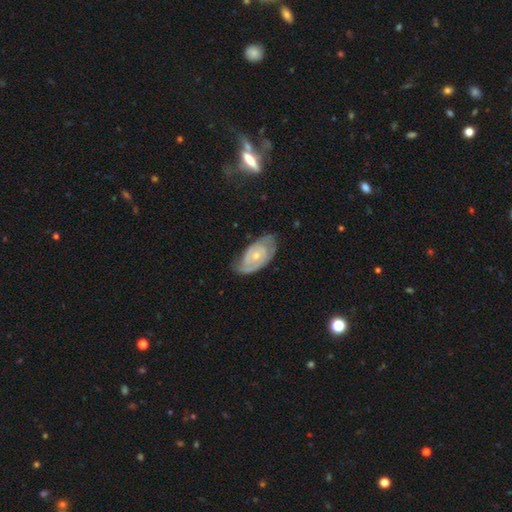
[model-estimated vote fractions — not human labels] smooth-or-featured: featured or disk: 77% | smooth: 17% | star or artifact: 6%
  disk-edge-on: no: 94% | yes: 6%
    bar: no: 76% | weak: 20% | strong: 4%
    has-spiral-arms: yes: 88% | no: 12%
      spiral-winding: tight: 62% | medium: 29% | loose: 9%
      spiral-arm-count: 2: 52% | can't tell: 29% | 1: 8% | 3: 7% | 4: 2% | more than 4: 2%
    bulge-size: small: 60% | moderate: 36% | none: 2% | large: 1% | dominant: 1%
  merging: none: 64% | minor disturbance: 25% | major disturbance: 9% | merger: 2%